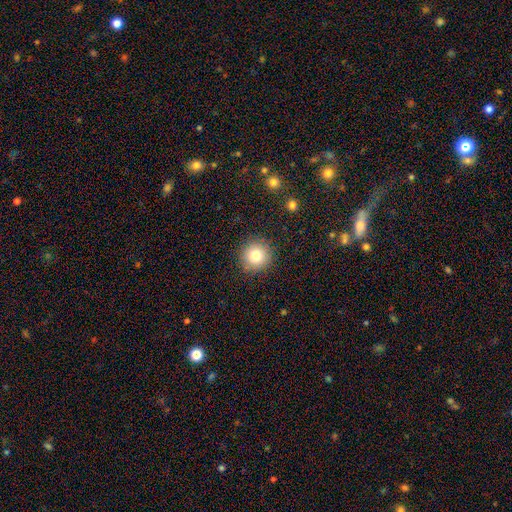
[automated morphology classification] type=smooth (79%); roundness=round (94%); merging=none (90%).